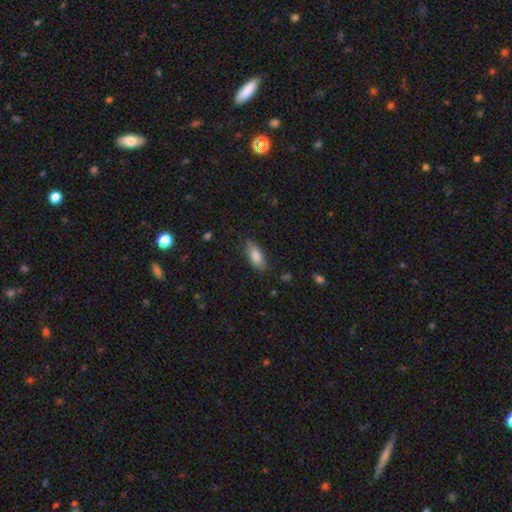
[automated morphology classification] A smooth galaxy with no disk features (83%) that is in between round and cigar-shaped (78%). Merging: none (82%).